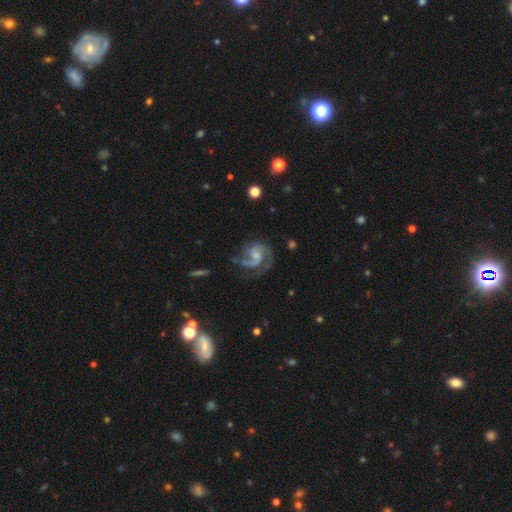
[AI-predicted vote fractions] smooth-or-featured: featured or disk: 88% | smooth: 7% | star or artifact: 5%
  disk-edge-on: no: 98% | yes: 2%
    bar: no: 54% | weak: 39% | strong: 7%
    has-spiral-arms: yes: 97% | no: 3%
      spiral-winding: medium: 55% | tight: 24% | loose: 20%
      spiral-arm-count: 2: 79% | 1: 11% | 3: 4% | can't tell: 4% | 4: 1% | more than 4: 1%
    bulge-size: small: 43% | moderate: 30% | none: 22% | large: 5% | dominant: 1%
  merging: none: 63% | minor disturbance: 19% | major disturbance: 15% | merger: 3%